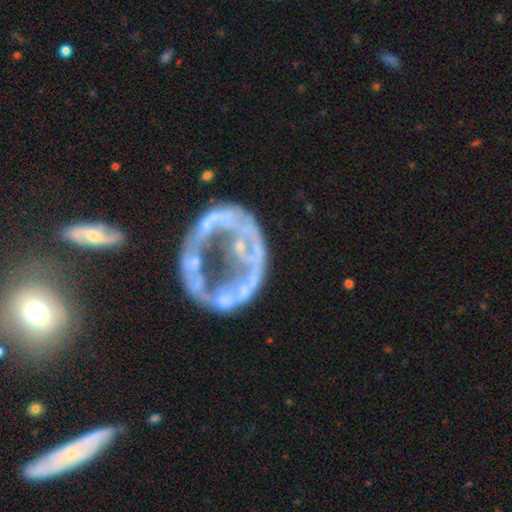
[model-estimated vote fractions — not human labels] This is likely a featured or disk galaxy (75%). It is clearly not viewed edge-on (98%). Bar: clearly no (85%). Spiral arm pattern: clearly no (83%). Central bulge: likely none (72%). Merging: marginally major disturbance (40%).